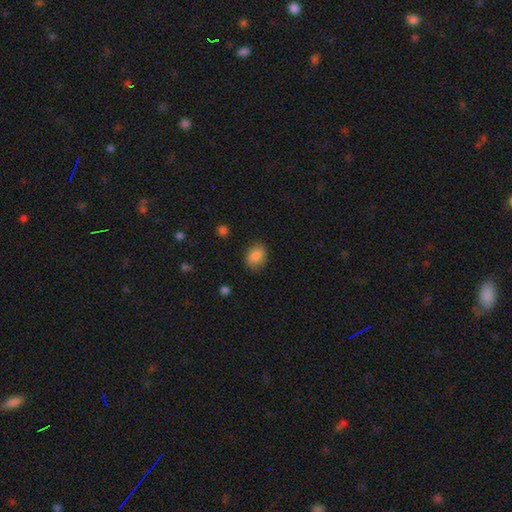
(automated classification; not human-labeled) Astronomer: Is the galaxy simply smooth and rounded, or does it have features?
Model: smooth — 86%.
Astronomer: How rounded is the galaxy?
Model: in between — 59% (runner-up: round, 40%).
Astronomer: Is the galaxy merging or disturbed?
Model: none — 82%.